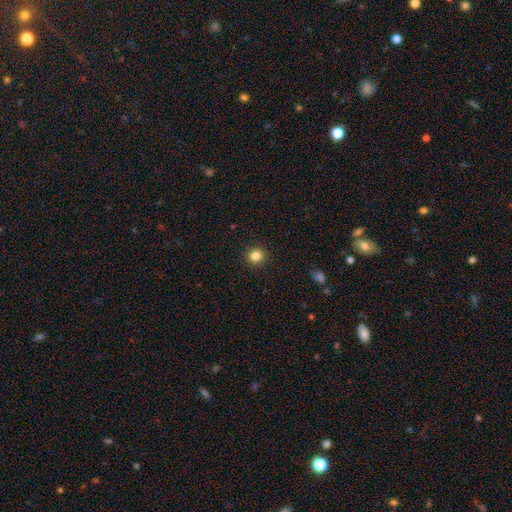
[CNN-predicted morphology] Smooth or featured? smooth (84%)
How rounded? round (88%)
Merging? none (92%)